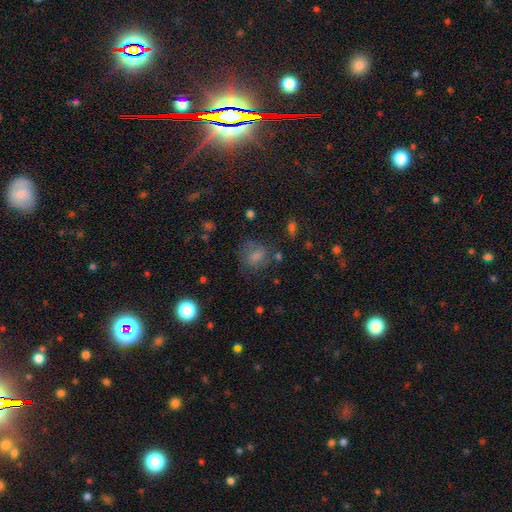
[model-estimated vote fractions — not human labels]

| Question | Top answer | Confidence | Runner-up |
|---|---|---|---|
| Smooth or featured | smooth | 69% | featured or disk (16%) |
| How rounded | round | 56% | in between (42%) |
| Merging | none | 59% | minor disturbance (22%) |